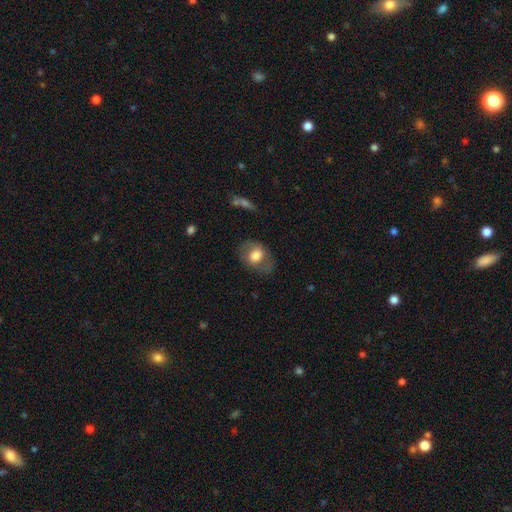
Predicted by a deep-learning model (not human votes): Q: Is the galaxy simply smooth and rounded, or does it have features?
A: smooth — 60%.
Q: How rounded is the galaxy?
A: in between — 65%.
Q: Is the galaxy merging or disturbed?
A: none — 70%.